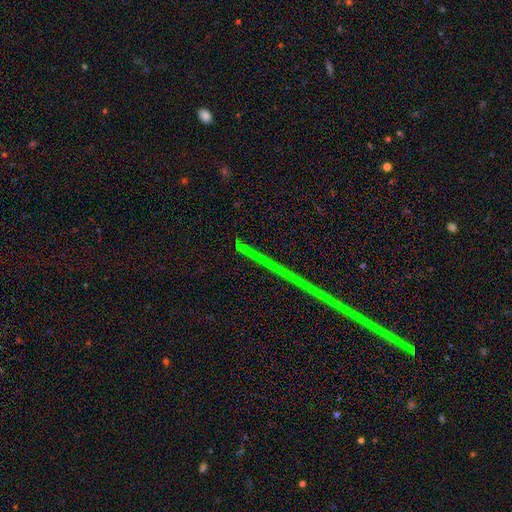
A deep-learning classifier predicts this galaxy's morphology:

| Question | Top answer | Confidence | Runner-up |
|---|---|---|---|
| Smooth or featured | star or artifact | 83% | featured or disk (10%) |